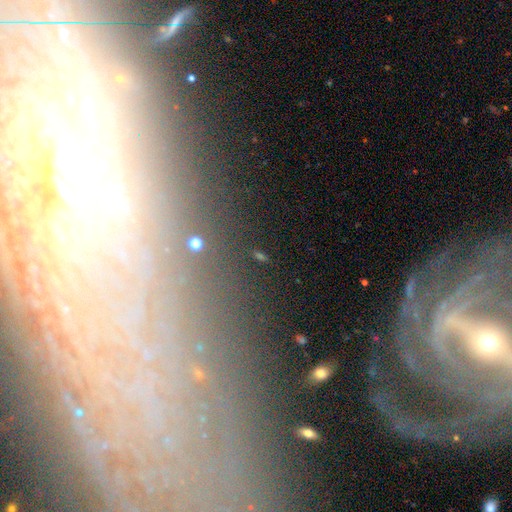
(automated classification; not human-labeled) This appears to be a star or artifact, not a galaxy (41%).